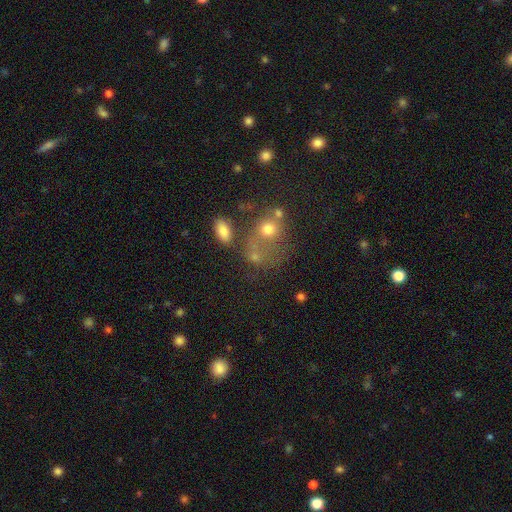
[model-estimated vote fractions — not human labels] smooth 58%, star or artifact 22%, featured or disk 20%. Down the decision tree: how rounded — round (56%); merging — merger (35%, tied with none).